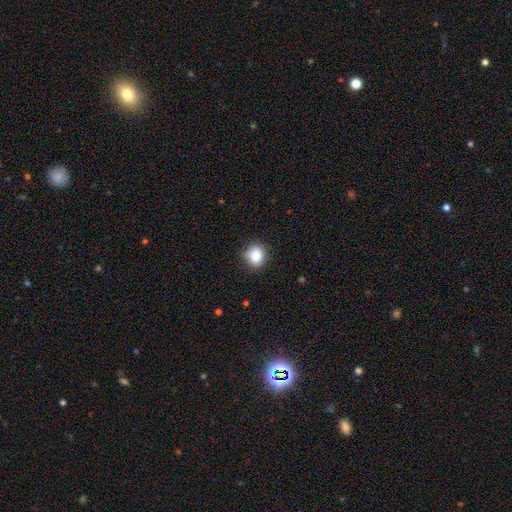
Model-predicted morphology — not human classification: Smooth or featured? smooth (85%)
How rounded? round (73%)
Merging? none (78%)